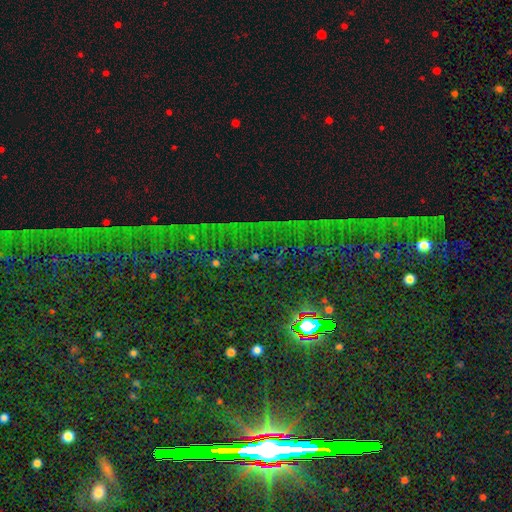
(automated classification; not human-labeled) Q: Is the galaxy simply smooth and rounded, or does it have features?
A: star or artifact — 84%.